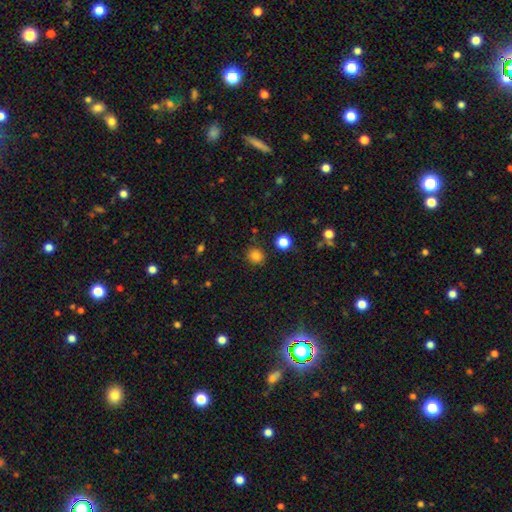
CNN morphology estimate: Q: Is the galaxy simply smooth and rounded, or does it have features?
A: smooth — 82%.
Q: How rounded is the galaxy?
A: round — 87%.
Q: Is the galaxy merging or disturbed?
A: none — 87%.